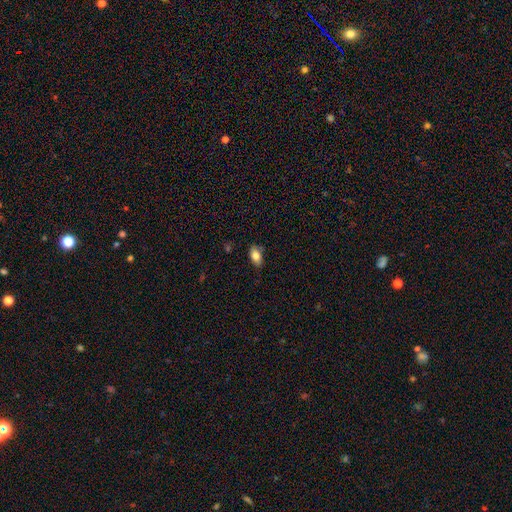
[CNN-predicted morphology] smooth 81%, featured or disk 11%, star or artifact 8%. Down the decision tree: how rounded — in between (90%); merging — none (77%).